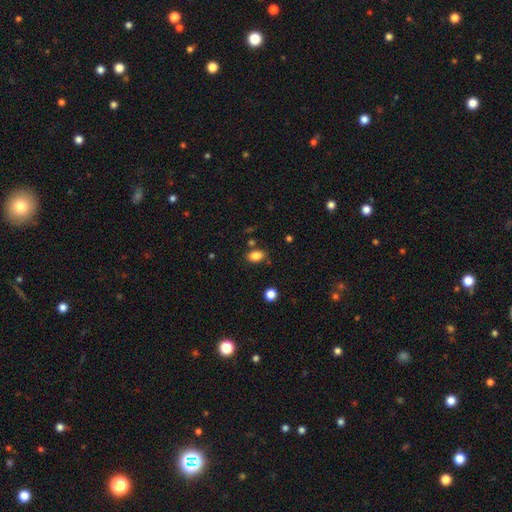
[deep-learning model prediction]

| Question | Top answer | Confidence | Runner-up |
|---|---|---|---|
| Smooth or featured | smooth | 84% | star or artifact (10%) |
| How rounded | in between | 82% | round (17%) |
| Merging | none | 79% | minor disturbance (12%) |